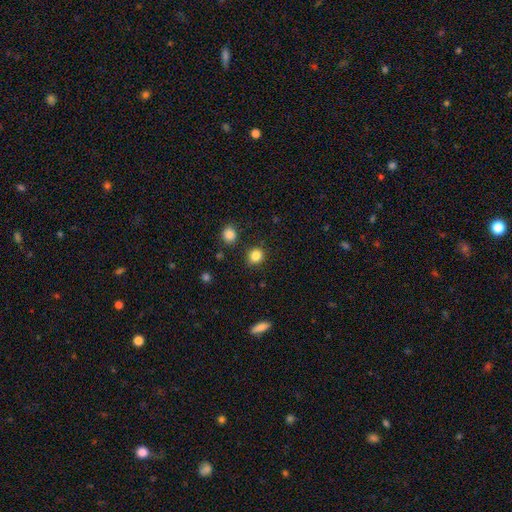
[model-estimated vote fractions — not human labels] Q: Smooth or featured?
A: smooth (84%); runner-up: star or artifact (11%)
Q: How rounded?
A: round (82%); runner-up: in between (17%)
Q: Merging?
A: none (86%); runner-up: minor disturbance (9%)